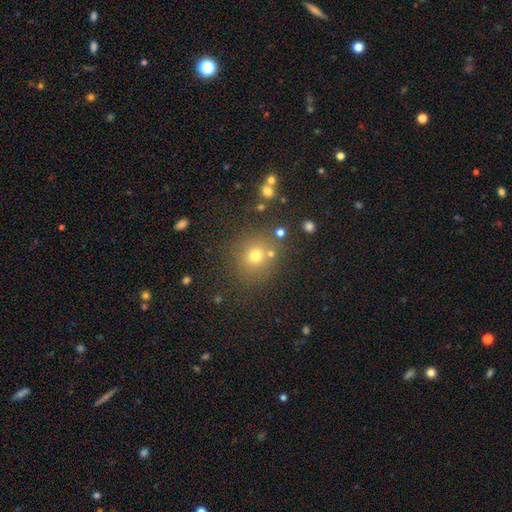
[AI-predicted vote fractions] A smooth galaxy with no disk features (70%) that is round (87%). Merging: none (77%).